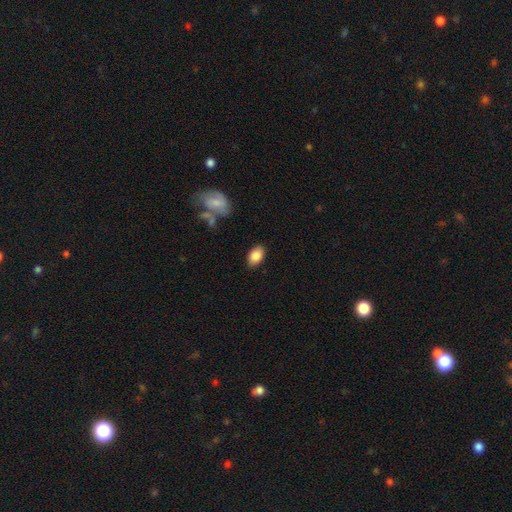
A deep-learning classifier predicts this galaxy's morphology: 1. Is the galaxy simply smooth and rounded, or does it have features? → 86% smooth, 7% star or artifact, 7% featured or disk.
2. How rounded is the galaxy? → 90% in between, 8% round, 1% cigar-shaped.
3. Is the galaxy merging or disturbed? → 85% none, 11% minor disturbance, 2% major disturbance, 2% merger.